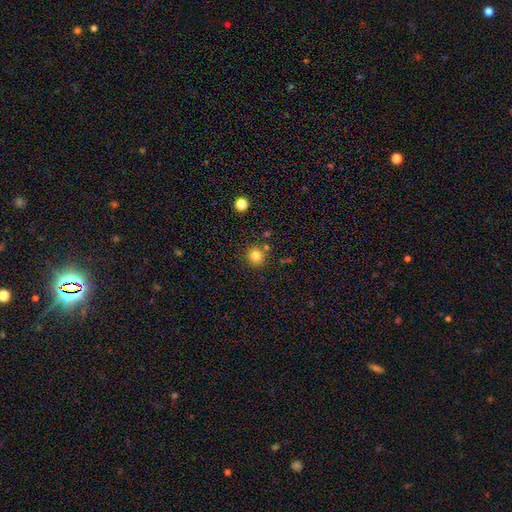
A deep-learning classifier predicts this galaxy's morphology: Q: Smooth or featured?
A: smooth (80%); runner-up: star or artifact (13%)
Q: How rounded?
A: round (91%); runner-up: in between (8%)
Q: Merging?
A: none (82%); runner-up: minor disturbance (9%)